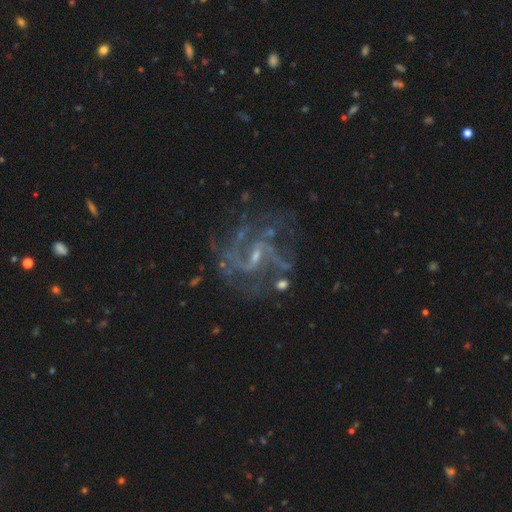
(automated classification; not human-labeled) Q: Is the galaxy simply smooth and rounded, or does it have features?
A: featured or disk — 83%.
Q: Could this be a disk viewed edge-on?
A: no — 97%.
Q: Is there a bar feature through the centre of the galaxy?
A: weak — 52%.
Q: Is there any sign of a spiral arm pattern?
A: yes — 90%.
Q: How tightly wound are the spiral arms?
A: medium — 48%.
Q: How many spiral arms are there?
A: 2 — 46%.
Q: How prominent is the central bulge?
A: small — 69%.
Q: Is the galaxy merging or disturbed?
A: none — 63%.